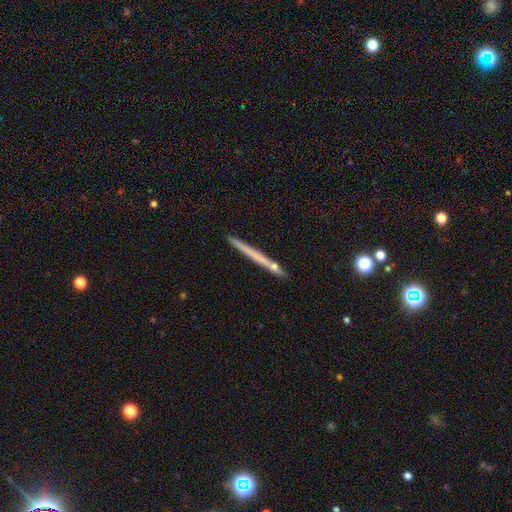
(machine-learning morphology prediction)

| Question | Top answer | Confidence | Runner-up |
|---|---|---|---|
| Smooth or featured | smooth | 49% | featured or disk (43%) |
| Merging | none | 84% | minor disturbance (9%) |